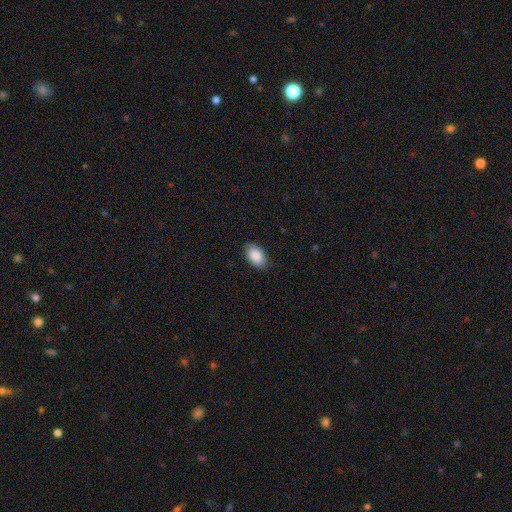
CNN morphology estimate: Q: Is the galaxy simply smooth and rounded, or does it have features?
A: smooth — 88%.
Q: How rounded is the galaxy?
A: in between — 91%.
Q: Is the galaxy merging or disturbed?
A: none — 83%.